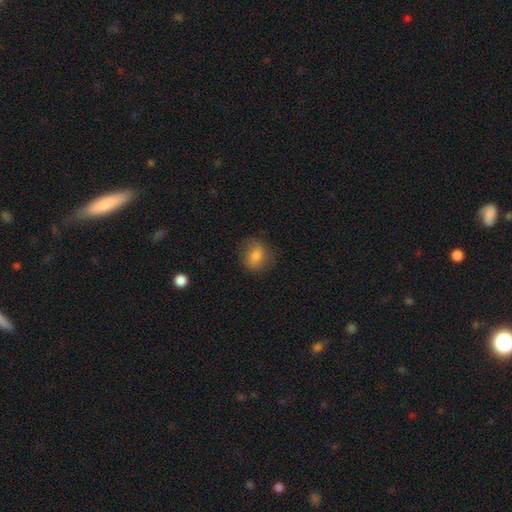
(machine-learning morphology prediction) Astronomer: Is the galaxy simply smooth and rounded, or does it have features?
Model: smooth — 77%.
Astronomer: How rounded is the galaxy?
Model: round — 67%.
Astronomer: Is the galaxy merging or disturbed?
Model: none — 78%.